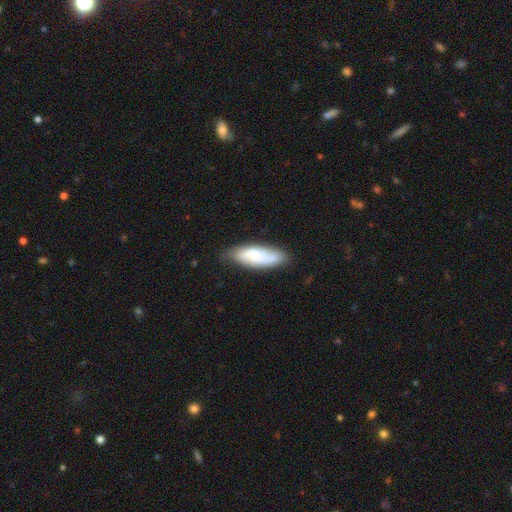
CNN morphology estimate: Q: Smooth or featured?
A: smooth (59%); runner-up: featured or disk (35%)
Q: How rounded?
A: in between (66%); runner-up: cigar-shaped (32%)
Q: Merging?
A: none (70%); runner-up: minor disturbance (22%)